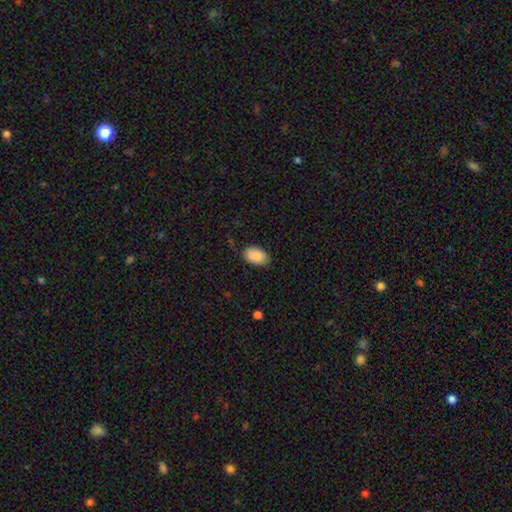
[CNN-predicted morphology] Overall: smooth (89%). How rounded: in between (92%). Merging: none (80%).